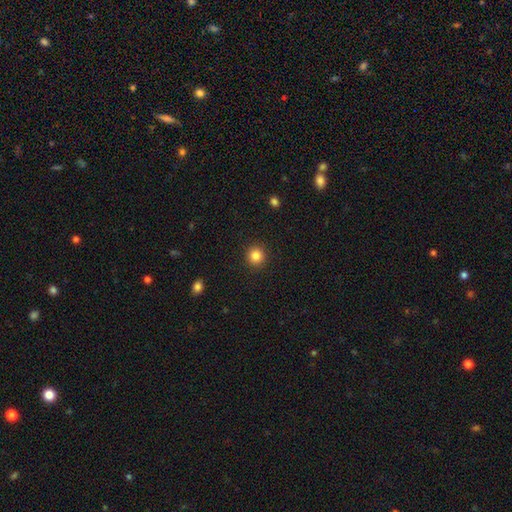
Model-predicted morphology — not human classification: The model was most divided on "smooth or featured": smooth: 84%, star or artifact: 11%, featured or disk: 5%. More confident: how rounded — round (94%); merging — none (92%).